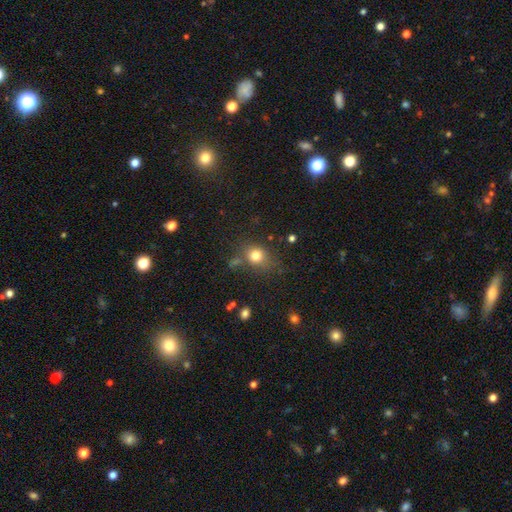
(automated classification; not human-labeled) smooth_or_featured: smooth (p=0.79) [alt: star or artifact p=0.13]
how_rounded: round (p=0.66) [alt: in between p=0.32]
merging: none (p=0.67) [alt: minor disturbance p=0.19]